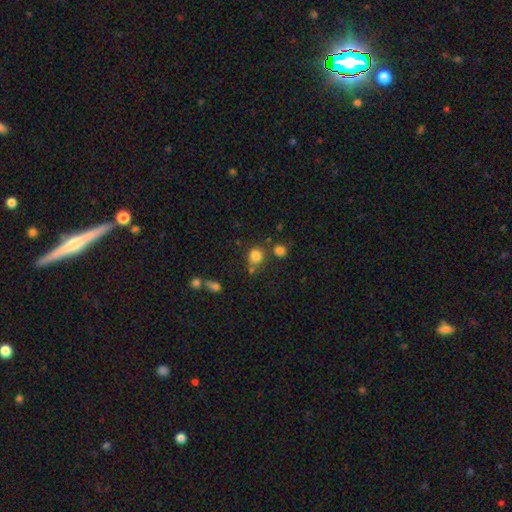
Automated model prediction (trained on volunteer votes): Smooth or featured: smooth — 80% (star or artifact — 13%)
How rounded: round — 78% (in between — 21%)
Merging: none — 62% (merger — 18%)